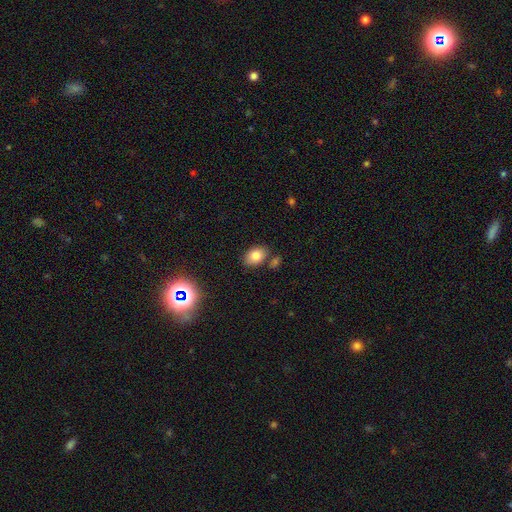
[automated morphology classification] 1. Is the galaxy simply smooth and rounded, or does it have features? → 79% smooth, 11% star or artifact, 10% featured or disk.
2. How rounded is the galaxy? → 79% in between, 20% round, 1% cigar-shaped.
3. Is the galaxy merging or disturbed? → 75% none, 13% minor disturbance, 9% merger, 3% major disturbance.